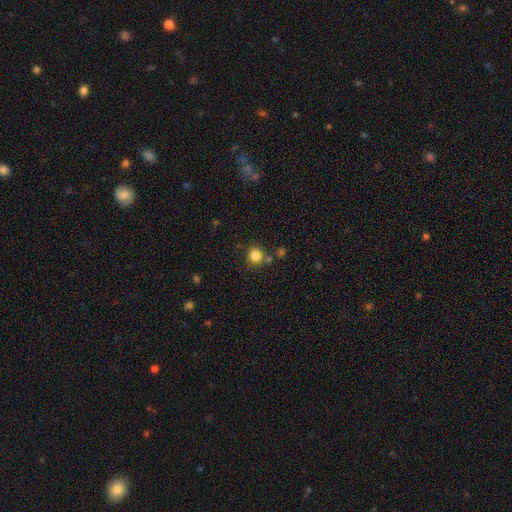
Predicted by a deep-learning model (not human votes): smooth 83%, star or artifact 12%, featured or disk 5%. Down the decision tree: how rounded — round (92%); merging — none (77%).